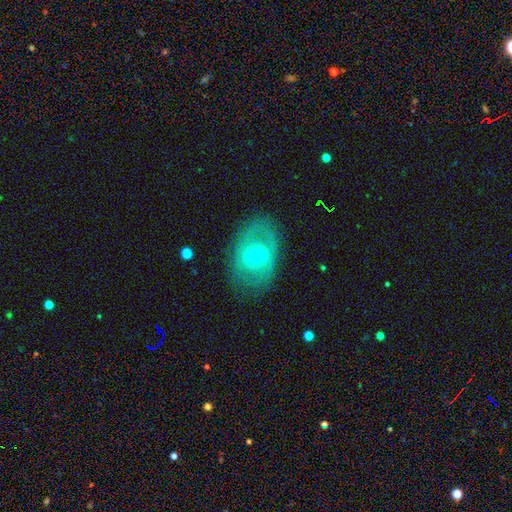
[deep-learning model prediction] Smooth or featured? Predicted: featured or disk (p=0.59). Edge-on disk? Predicted: no (p=0.90). Bar? Predicted: weak (p=0.45). Spiral arms? Predicted: no (p=0.68). Bulge size? Predicted: moderate (p=0.57). Merging? Predicted: none (p=0.75).